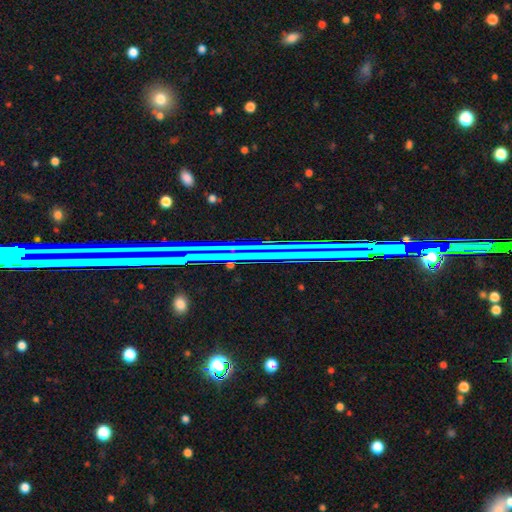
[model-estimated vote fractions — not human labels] Smooth or featured? star or artifact (66%)